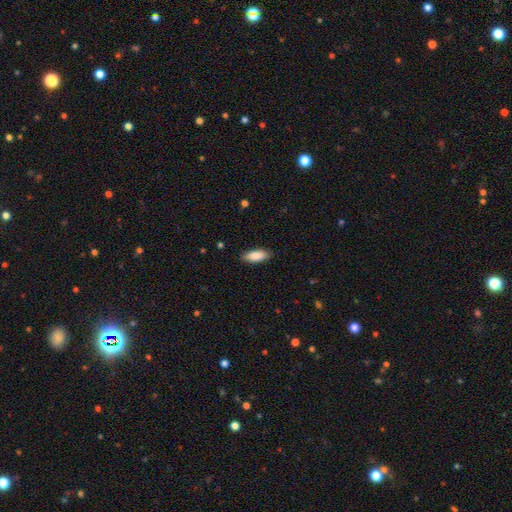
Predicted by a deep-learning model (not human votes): Smooth or featured: smooth — 88% (featured or disk — 6%)
How rounded: in between — 78% (cigar-shaped — 20%)
Merging: none — 87% (minor disturbance — 10%)